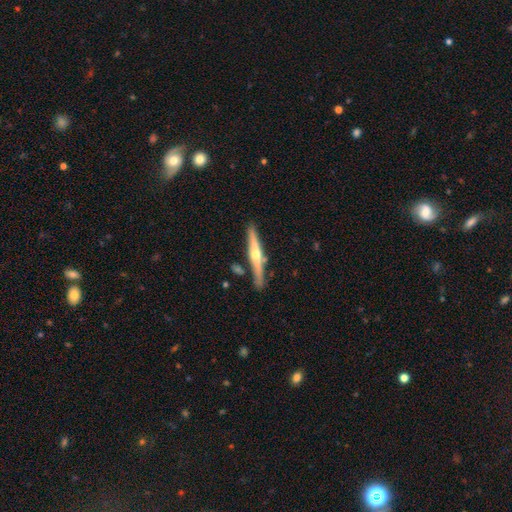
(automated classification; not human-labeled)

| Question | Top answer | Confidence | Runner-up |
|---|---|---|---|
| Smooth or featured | featured or disk | 72% | smooth (22%) |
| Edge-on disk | yes | 96% | no (4%) |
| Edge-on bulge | rounded | 88% | none (8%) |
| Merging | none | 85% | minor disturbance (10%) |